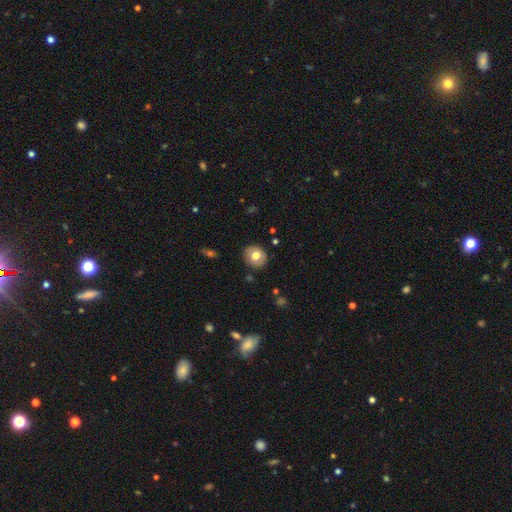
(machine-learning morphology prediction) A smooth galaxy with no disk features (72%) that is round (80%).

Vote fractions:
- Smooth or featured? smooth: 72% / featured or disk: 20% / star or artifact: 8%
- How rounded? round: 80% / in between: 19% / cigar-shaped: 1%
- Merging? none: 88% / minor disturbance: 9% / major disturbance: 2% / merger: 1%